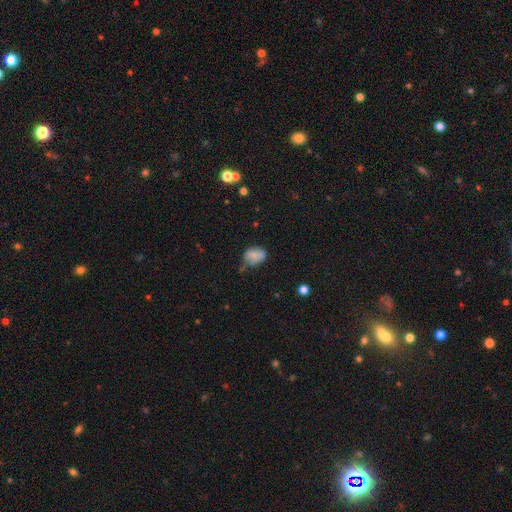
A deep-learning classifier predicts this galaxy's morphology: A smooth galaxy with no disk features (75%) that is in between round and cigar-shaped (72%).

Vote fractions:
- Smooth or featured? smooth: 75% / featured or disk: 15% / star or artifact: 10%
- How rounded? in between: 72% / round: 27% / cigar-shaped: 1%
- Merging? none: 40% / minor disturbance: 38% / major disturbance: 14% / merger: 7%